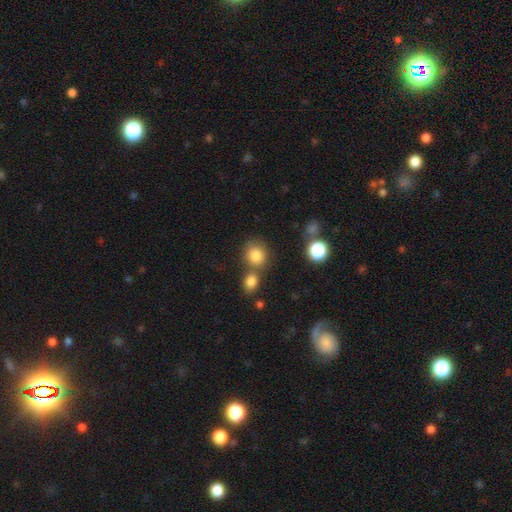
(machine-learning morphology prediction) Smooth or featured: smooth — 83% (star or artifact — 11%)
How rounded: round — 79% (in between — 20%)
Merging: none — 59% (merger — 26%)